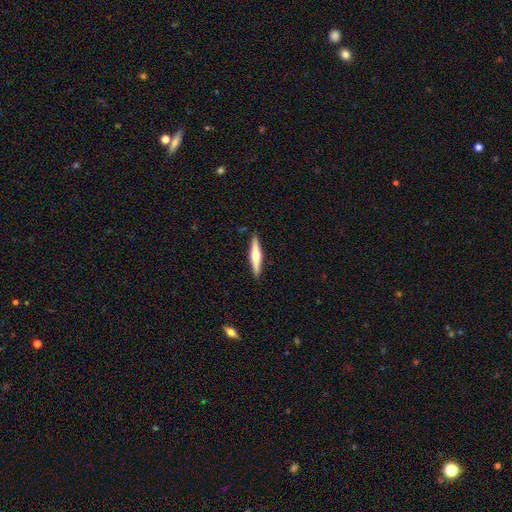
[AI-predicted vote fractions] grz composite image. It shows a featured or disk galaxy (57%) viewed edge-on (97%) with a rounded central bulge (89%). Merging: none (91%).